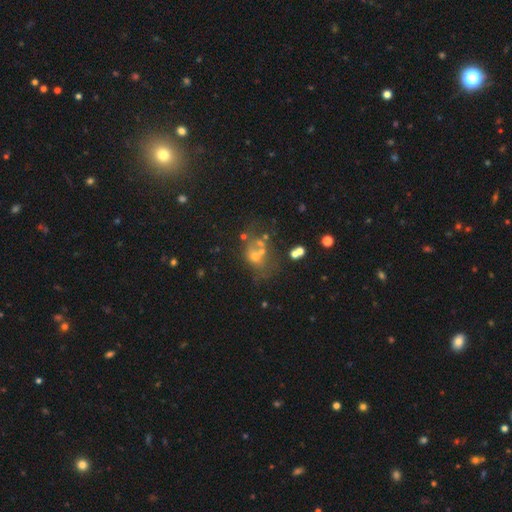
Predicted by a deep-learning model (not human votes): This appears to be a smooth galaxy with no disk features (40%). Merging: none (35%).